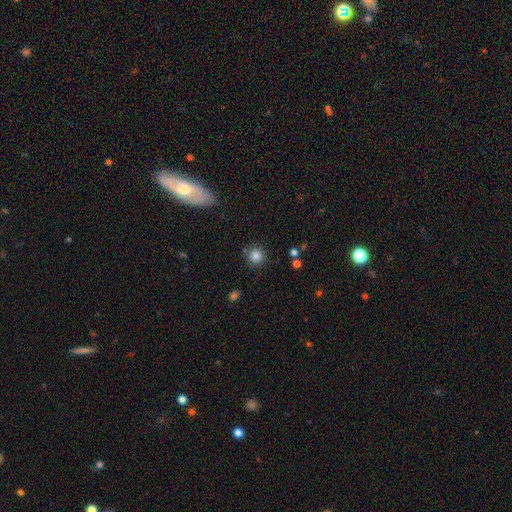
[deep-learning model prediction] Smooth or featured: smooth — 83% (star or artifact — 12%)
How rounded: round — 93% (in between — 6%)
Merging: none — 84% (minor disturbance — 9%)